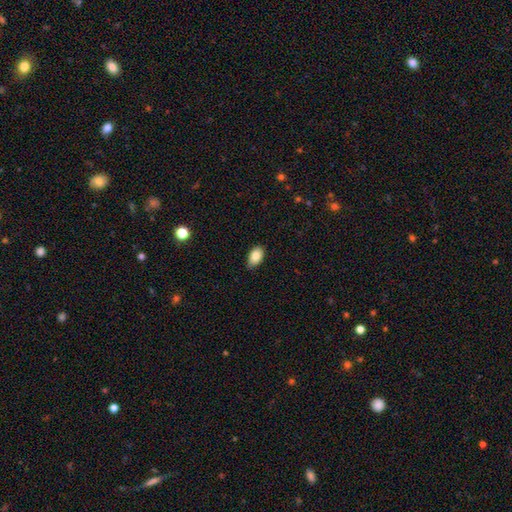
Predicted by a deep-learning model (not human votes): This appears to be a smooth galaxy with no disk features (83%) that is in between round and cigar-shaped (90%). Merging: none (78%).